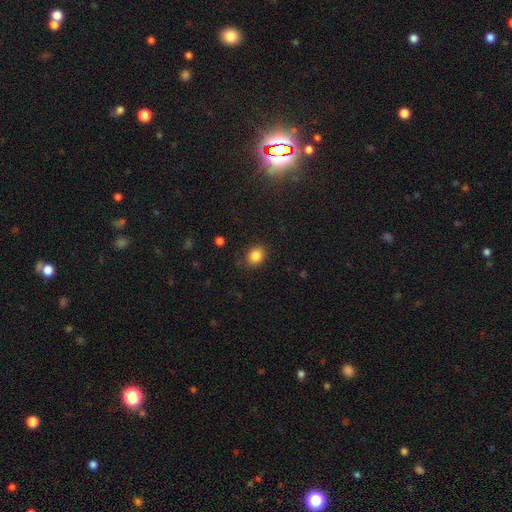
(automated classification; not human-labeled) smooth_or_featured: smooth (p=0.85) [alt: star or artifact p=0.10]
how_rounded: round (p=0.59) [alt: in between p=0.41]
merging: none (p=0.83) [alt: minor disturbance p=0.12]